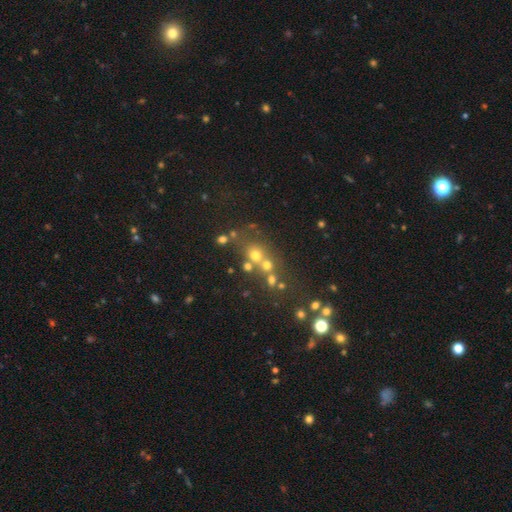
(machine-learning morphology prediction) smooth 49%, star or artifact 31%, featured or disk 20%. Down the decision tree: merging — none (50%).